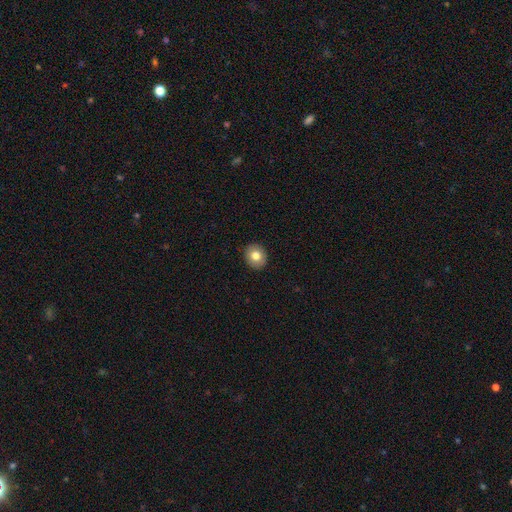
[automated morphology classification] This is clearly a smooth galaxy (80%). How rounded: likely round (68%). Merging: clearly none (91%).